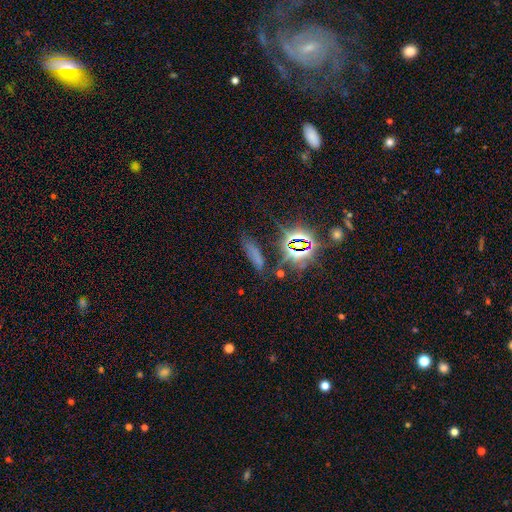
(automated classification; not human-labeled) A smooth galaxy with no disk features (46%). Merging: none (70%).